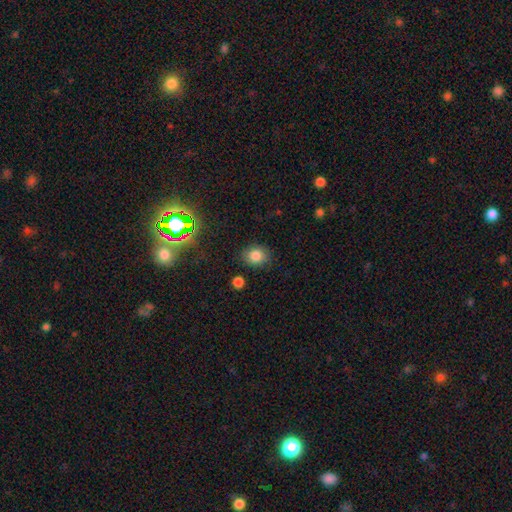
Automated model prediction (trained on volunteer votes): This is likely a smooth galaxy (79%). How rounded: likely round (62%). Merging: clearly none (83%).